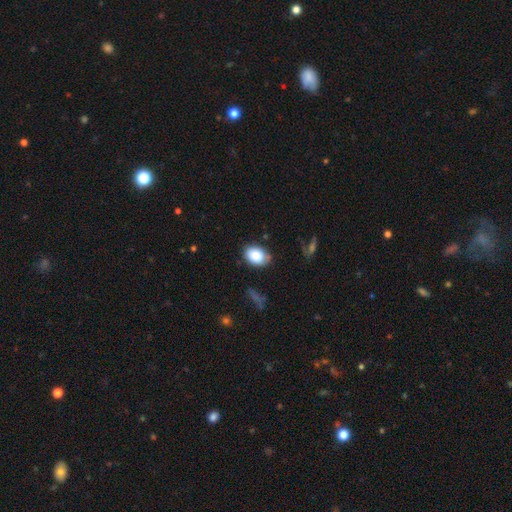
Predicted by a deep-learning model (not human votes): smooth_or_featured: smooth (p=0.85) [alt: star or artifact p=0.08]
how_rounded: in between (p=0.80) [alt: round p=0.19]
merging: none (p=0.73) [alt: minor disturbance p=0.20]